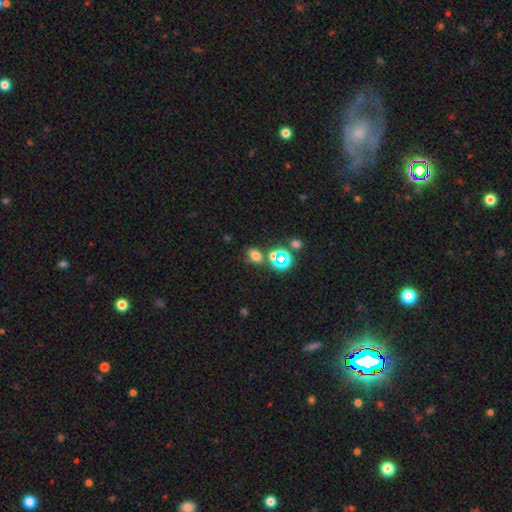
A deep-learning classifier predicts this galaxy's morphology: Smooth or featured: smooth — 66% (star or artifact — 26%)
How rounded: in between — 60% (round — 39%)
Merging: none — 70% (merger — 13%)